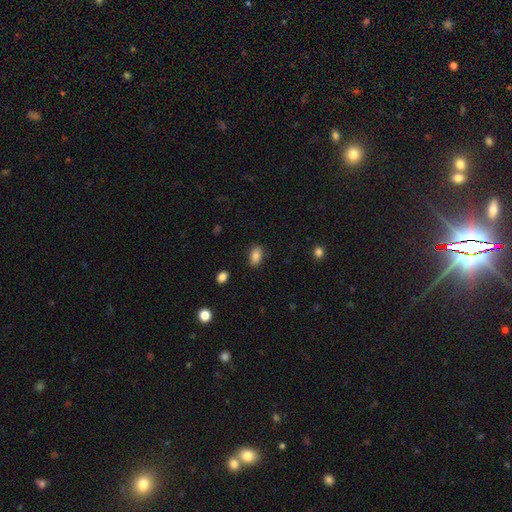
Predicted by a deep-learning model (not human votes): This is clearly a smooth galaxy (85%). How rounded: clearly in between (89%). Merging: clearly none (86%).